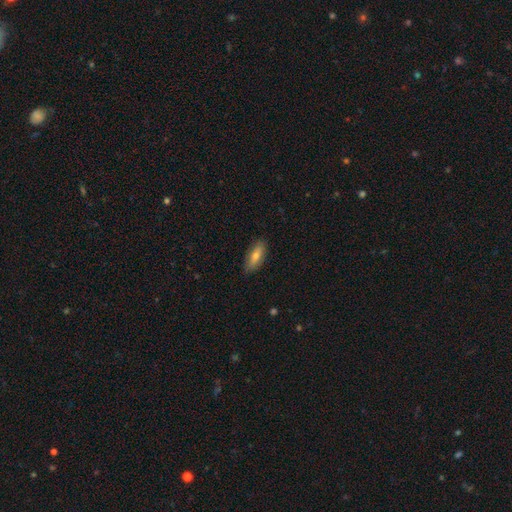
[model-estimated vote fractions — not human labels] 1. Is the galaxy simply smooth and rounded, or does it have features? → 68% smooth, 26% featured or disk, 7% star or artifact.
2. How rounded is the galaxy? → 68% in between, 29% cigar-shaped, 3% round.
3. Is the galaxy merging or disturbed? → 84% none, 13% minor disturbance, 2% major disturbance, 1% merger.